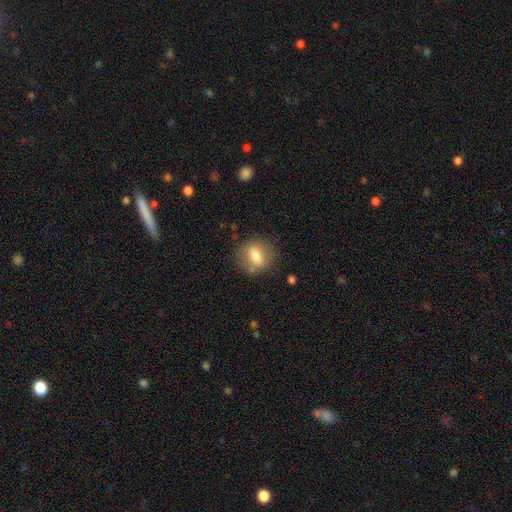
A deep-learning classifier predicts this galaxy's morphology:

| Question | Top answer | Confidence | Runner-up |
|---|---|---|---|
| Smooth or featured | smooth | 70% | featured or disk (22%) |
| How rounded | round | 53% | in between (44%) |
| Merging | none | 79% | minor disturbance (14%) |